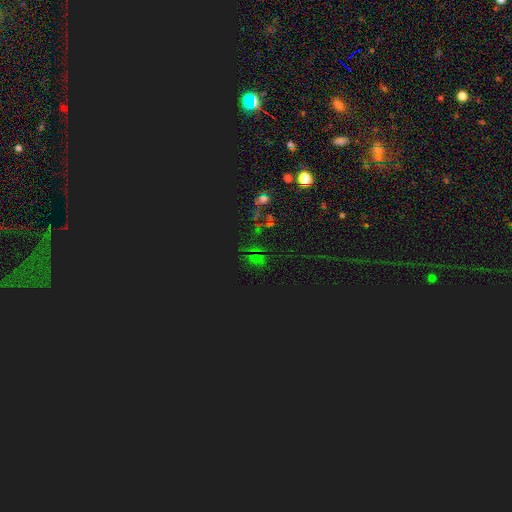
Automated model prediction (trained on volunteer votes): Smooth or featured? Predicted: star or artifact (p=0.73).